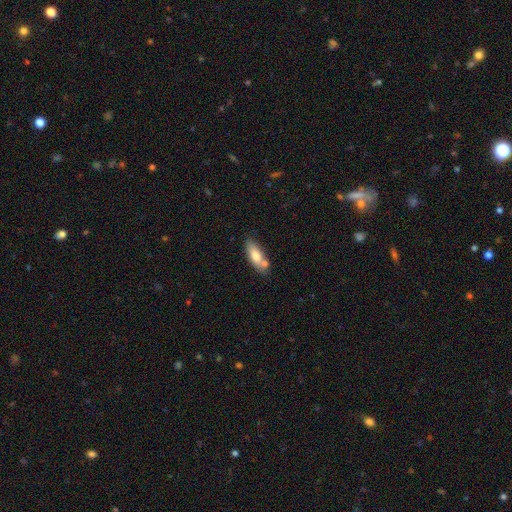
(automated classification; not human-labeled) Smooth or featured? smooth (75%)
How rounded? in between (69%)
Merging? none (64%)